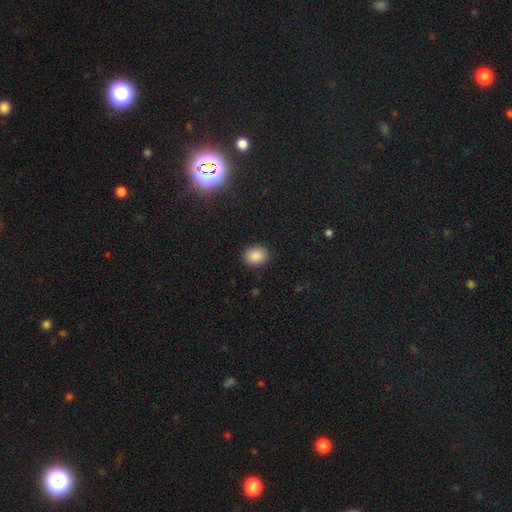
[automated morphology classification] smooth_or_featured: smooth (p=0.87) [alt: star or artifact p=0.09]
how_rounded: in between (p=0.56) [alt: round p=0.43]
merging: none (p=0.89) [alt: minor disturbance p=0.08]